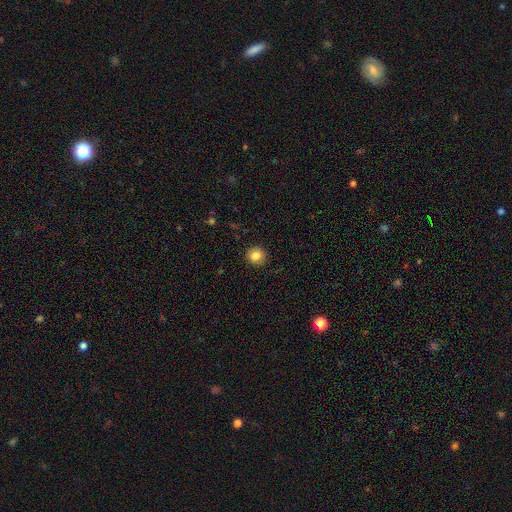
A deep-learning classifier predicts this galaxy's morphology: The model was most divided on "smooth or featured": smooth: 83%, star or artifact: 10%, featured or disk: 7%. More confident: merging — none (90%); how rounded — round (87%).